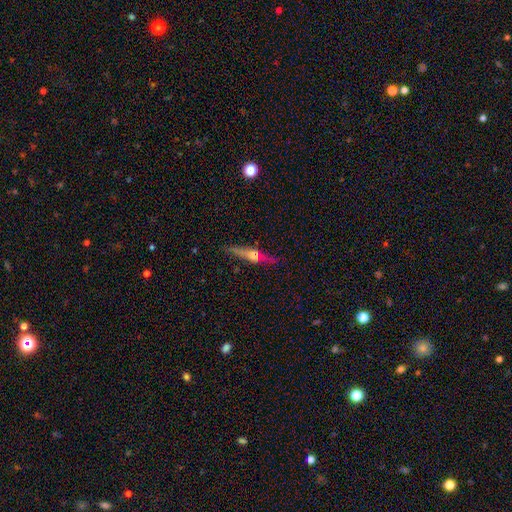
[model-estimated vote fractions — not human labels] The model was most divided on "smooth or featured": featured or disk: 76%, smooth: 17%, star or artifact: 7%. More confident: edge-on disk — yes (97%); edge-on bulge — rounded (88%); merging — none (87%).